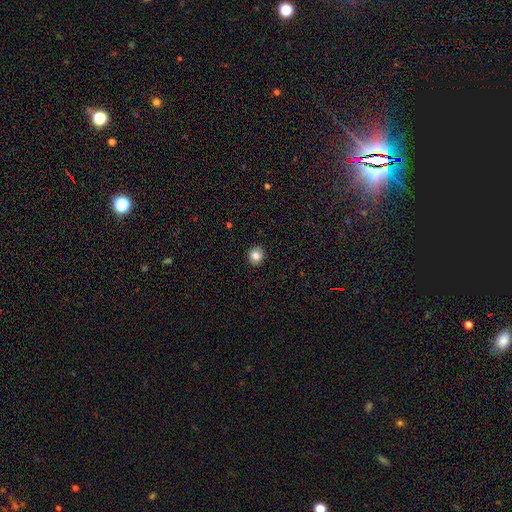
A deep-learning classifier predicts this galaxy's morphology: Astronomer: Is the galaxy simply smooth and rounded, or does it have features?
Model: smooth — 83%.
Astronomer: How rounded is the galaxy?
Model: round — 85%.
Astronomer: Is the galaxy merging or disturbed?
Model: none — 92%.